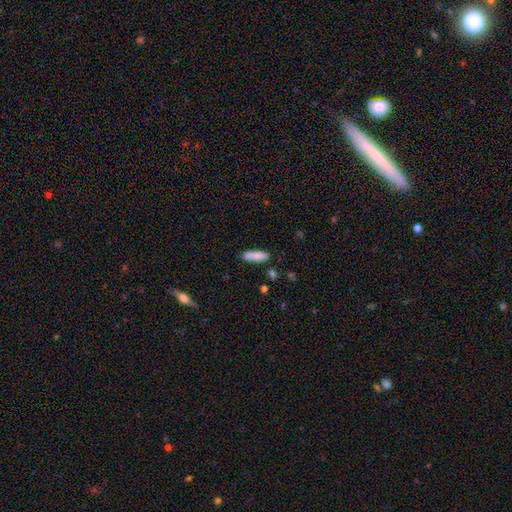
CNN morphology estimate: Smooth or featured?
  - smooth: 80% *
  - featured or disk: 13%
  - star or artifact: 7%
How rounded?
  - in between: 51% *
  - cigar-shaped: 47%
  - round: 2%
Merging?
  - none: 69% *
  - minor disturbance: 16%
  - merger: 12%
  - major disturbance: 4%